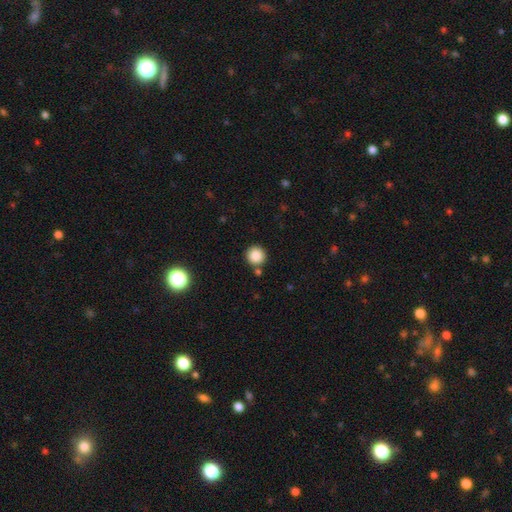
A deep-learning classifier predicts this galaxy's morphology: smooth-or-featured: smooth: 87% | star or artifact: 10% | featured or disk: 4%
  how-rounded: round: 95% | in between: 4% | cigar-shaped: 1%
  merging: none: 84% | minor disturbance: 7% | merger: 6% | major disturbance: 2%